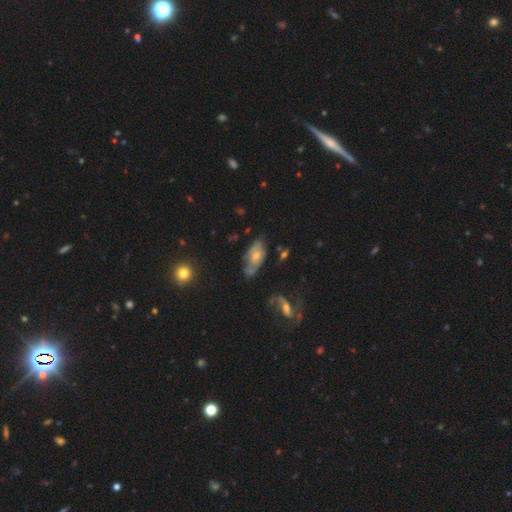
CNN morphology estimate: featured or disk 53%, smooth 39%, star or artifact 9%. Down the decision tree: edge-on disk — no (87%); merging — none (49%).